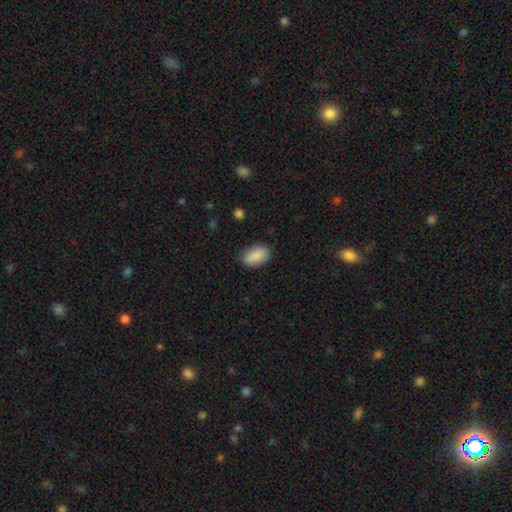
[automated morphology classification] Smooth or featured? Predicted: smooth (p=0.88). How rounded? Predicted: in between (p=0.91). Merging? Predicted: none (p=0.81).